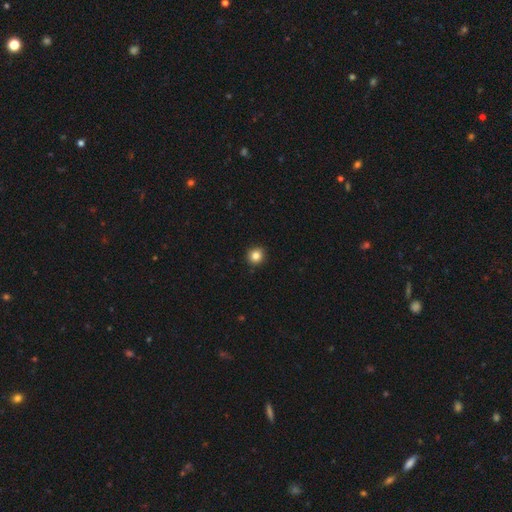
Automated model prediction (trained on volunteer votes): Smooth or featured?
  - smooth: 84% *
  - star or artifact: 11%
  - featured or disk: 5%
How rounded?
  - round: 93% *
  - in between: 7%
  - cigar-shaped: 1%
Merging?
  - none: 92% *
  - minor disturbance: 5%
  - major disturbance: 1%
  - merger: 1%